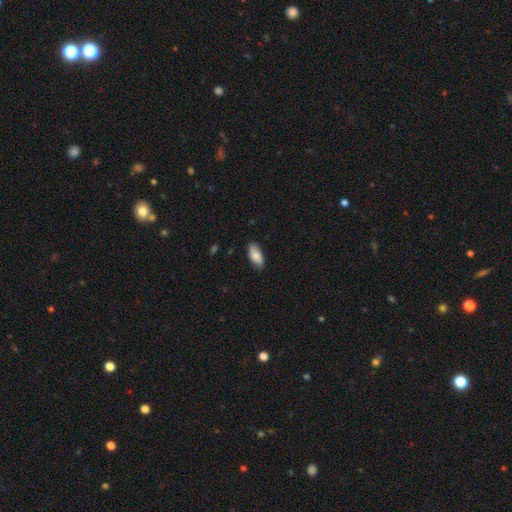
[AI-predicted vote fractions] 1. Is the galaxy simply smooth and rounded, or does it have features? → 85% smooth, 9% featured or disk, 6% star or artifact.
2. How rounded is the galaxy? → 87% in between, 12% cigar-shaped, 2% round.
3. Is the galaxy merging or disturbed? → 84% none, 13% minor disturbance, 2% major disturbance, 1% merger.